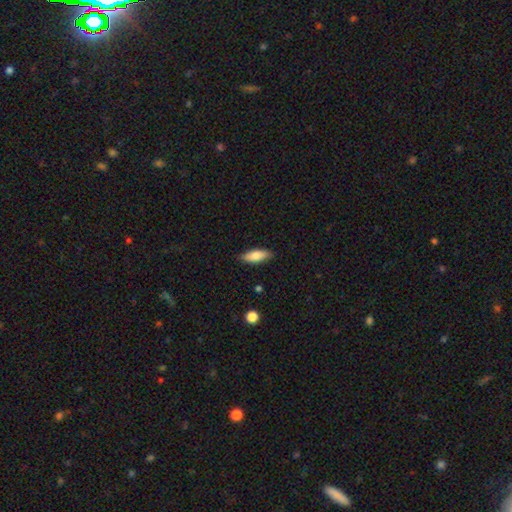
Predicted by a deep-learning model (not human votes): smooth 80%, featured or disk 14%, star or artifact 6%. Down the decision tree: how rounded — in between (72%); merging — none (86%).